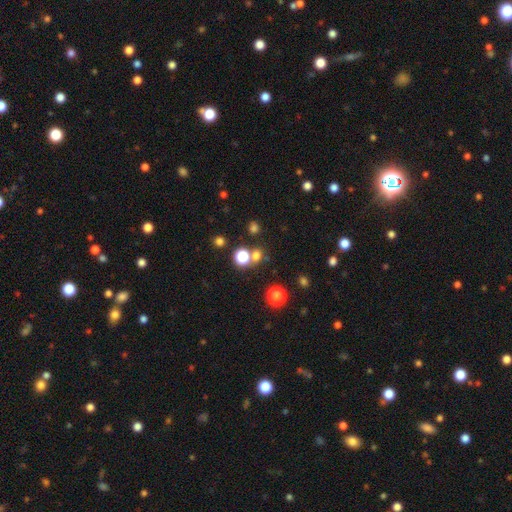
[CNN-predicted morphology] The model was most divided on "smooth or featured": smooth: 63%, star or artifact: 29%, featured or disk: 8%. More confident: how rounded — round (84%); merging — none (68%).